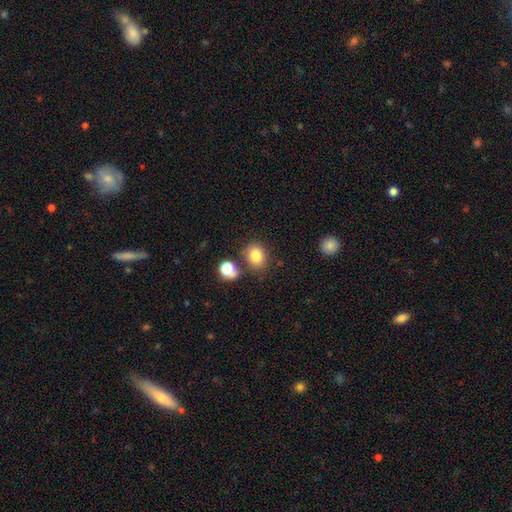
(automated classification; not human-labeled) Morphology: type=smooth (82%); roundness=round (59%); merging=none (73%).